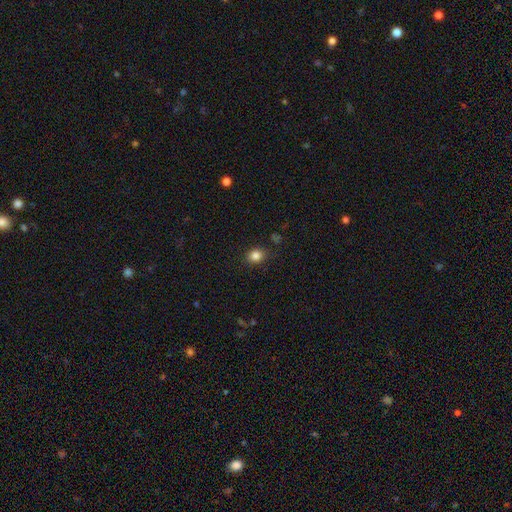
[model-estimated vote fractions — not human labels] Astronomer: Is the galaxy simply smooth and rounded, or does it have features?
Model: smooth — 83%.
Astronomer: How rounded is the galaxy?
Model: round — 65%.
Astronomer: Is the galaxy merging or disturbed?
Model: none — 85%.